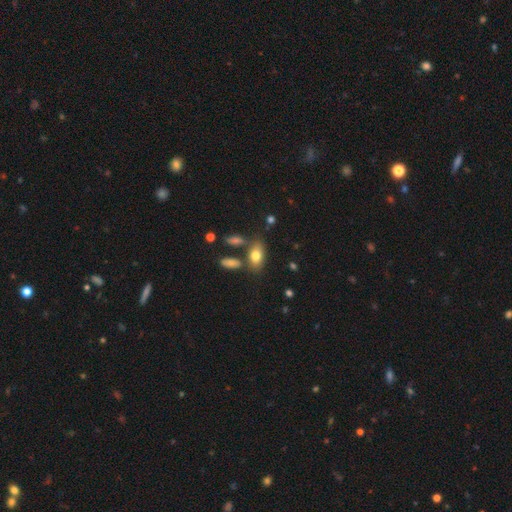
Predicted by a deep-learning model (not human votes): Overall: smooth (78%). How rounded: in between (89%). Merging: none (67%).